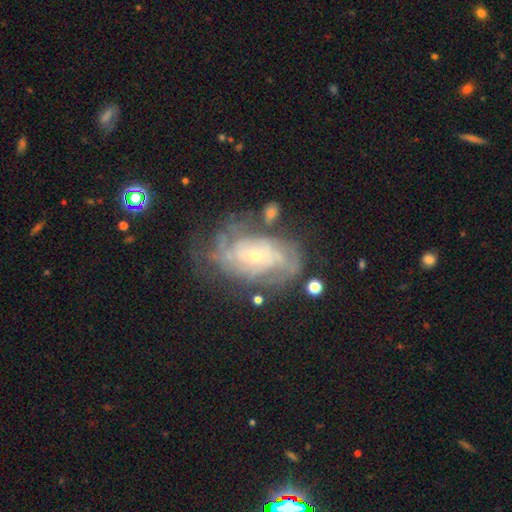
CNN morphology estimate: The model was most divided on "spiral arm count": can't tell: 44%, 2: 18%, 3: 15%, 4: 12%, more than 4: 6%, 1: 5%. More confident: edge-on disk — no (96%); spiral arms — yes (91%); smooth or featured — featured or disk (83%); bulge size — small (69%); bar — no (68%); spiral winding — tight (64%); merging — none (61%).